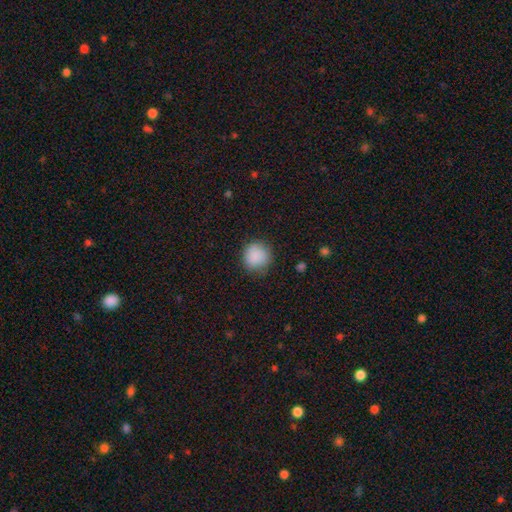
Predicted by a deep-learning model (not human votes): Smooth or featured? Predicted: smooth (p=0.88). How rounded? Predicted: round (p=0.91). Merging? Predicted: none (p=0.84).